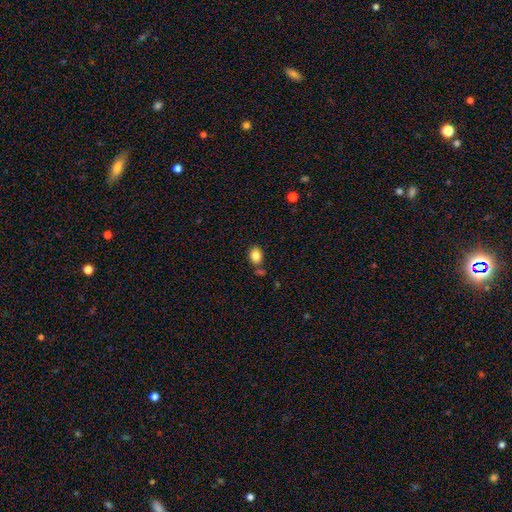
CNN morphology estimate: A smooth galaxy with no disk features (84%) that is in between round and cigar-shaped (67%).

Vote fractions:
- Smooth or featured? smooth: 84% / star or artifact: 9% / featured or disk: 7%
- How rounded? in between: 67% / round: 31% / cigar-shaped: 1%
- Merging? none: 73% / minor disturbance: 13% / merger: 10% / major disturbance: 3%